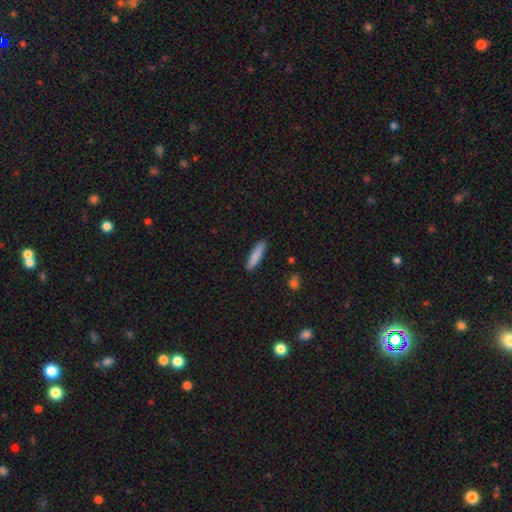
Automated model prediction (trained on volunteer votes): A smooth galaxy with no disk features (85%) that is cigar-shaped (83%).

Vote fractions:
- Smooth or featured? smooth: 85% / featured or disk: 9% / star or artifact: 6%
- How rounded? cigar-shaped: 83% / in between: 15% / round: 1%
- Merging? none: 90% / minor disturbance: 8% / major disturbance: 2% / merger: 1%